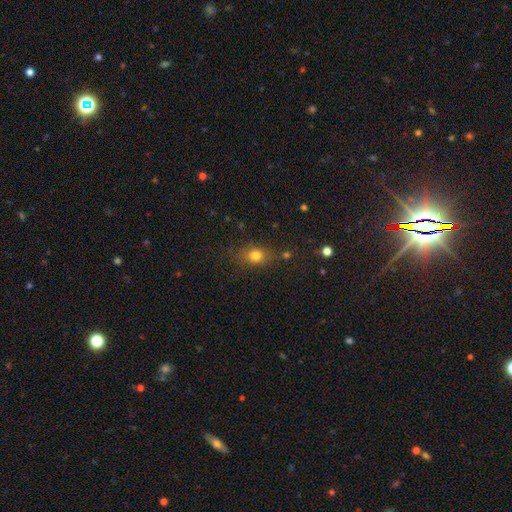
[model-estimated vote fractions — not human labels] The model was most divided on "how rounded": in between: 58%, round: 39%, cigar-shaped: 3%. More confident: merging — none (77%); smooth or featured — smooth (77%).